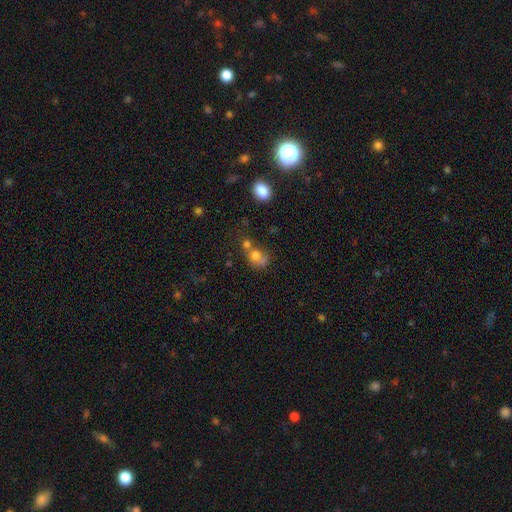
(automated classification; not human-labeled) smooth_or_featured: smooth (p=0.71) [alt: featured or disk p=0.16]
how_rounded: round (p=0.65) [alt: in between p=0.34]
merging: merger (p=0.51) [alt: none p=0.29]